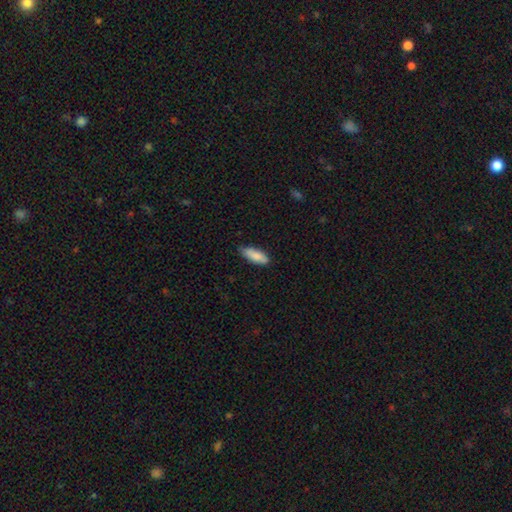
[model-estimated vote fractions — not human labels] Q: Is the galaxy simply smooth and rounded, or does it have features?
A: smooth — 85%.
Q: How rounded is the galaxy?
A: in between — 71%.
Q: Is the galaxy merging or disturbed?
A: none — 77%.